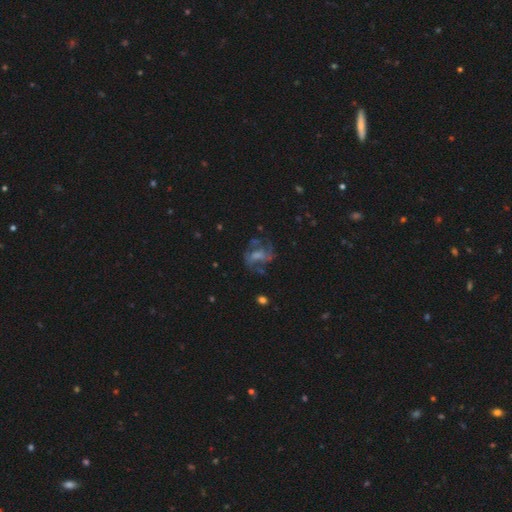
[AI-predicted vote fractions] smooth-or-featured: featured or disk: 63% | smooth: 20% | star or artifact: 17%
  disk-edge-on: no: 96% | yes: 4%
    bar: no: 50% | weak: 38% | strong: 12%
    has-spiral-arms: yes: 75% | no: 25%
    bulge-size: moderate: 37% | small: 31% | none: 21% | large: 10% | dominant: 2%
  merging: none: 60% | major disturbance: 20% | minor disturbance: 17% | merger: 3%